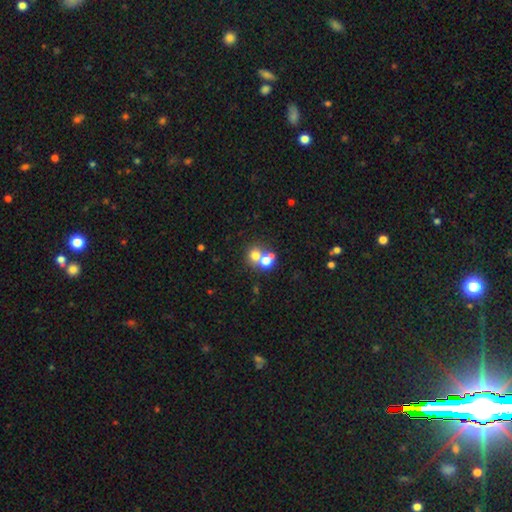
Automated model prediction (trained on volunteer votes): A smooth galaxy with no disk features (68%) that is round (81%).

Vote fractions:
- Smooth or featured? smooth: 68% / featured or disk: 16% / star or artifact: 16%
- How rounded? round: 81% / in between: 18% / cigar-shaped: 1%
- Merging? merger: 52% / none: 39% / minor disturbance: 5% / major disturbance: 3%